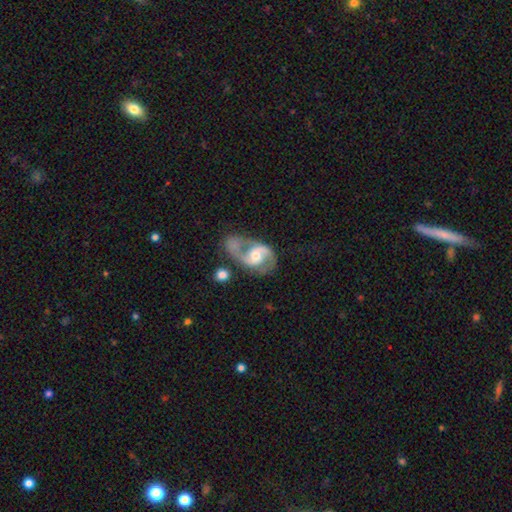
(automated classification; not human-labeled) featured or disk 88%, smooth 7%, star or artifact 5%. Down the decision tree: edge-on disk — no (98%); bar — no (48%); spiral arms — yes (96%); spiral arm count — 2 (91%); spiral winding — medium (56%); bulge size — moderate (69%); merging — none (47%).